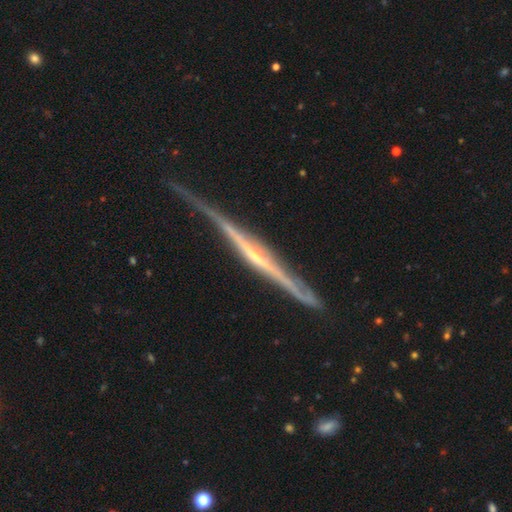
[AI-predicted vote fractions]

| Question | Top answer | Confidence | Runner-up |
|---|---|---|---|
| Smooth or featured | featured or disk | 85% | smooth (9%) |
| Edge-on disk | yes | 97% | no (3%) |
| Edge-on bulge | rounded | 45% | none (43%) |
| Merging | none | 69% | minor disturbance (23%) |